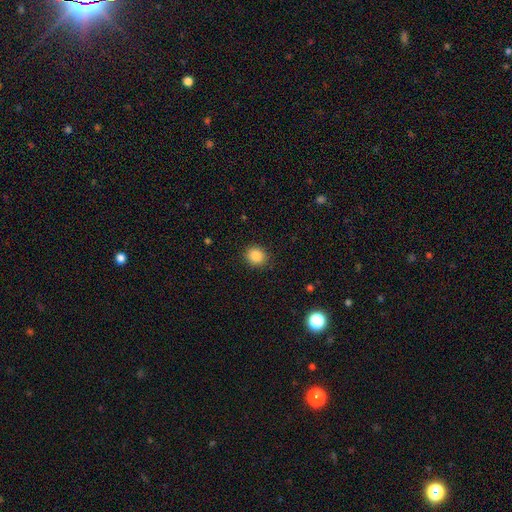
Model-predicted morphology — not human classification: type=smooth (87%); roundness=round (81%); merging=none (89%).